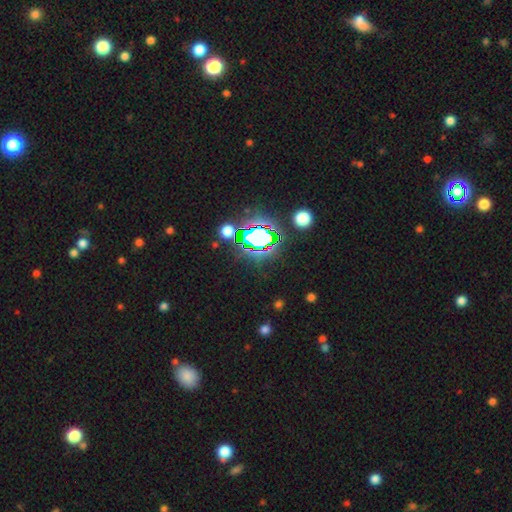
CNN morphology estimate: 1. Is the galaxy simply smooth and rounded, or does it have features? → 81% star or artifact, 11% smooth, 8% featured or disk.